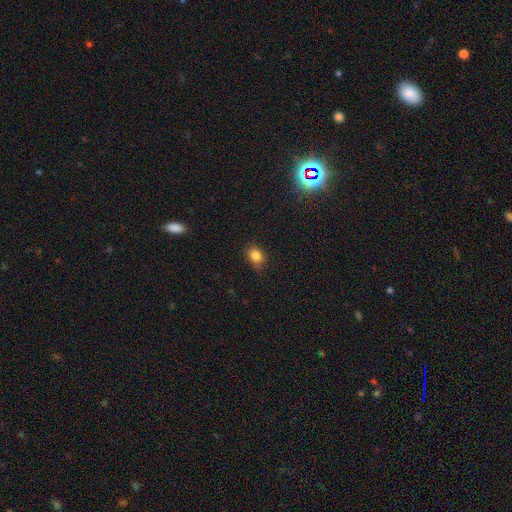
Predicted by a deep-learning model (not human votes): This appears to be a smooth galaxy with no disk features (83%) that is in between round and cigar-shaped (52%). Merging: none (75%).